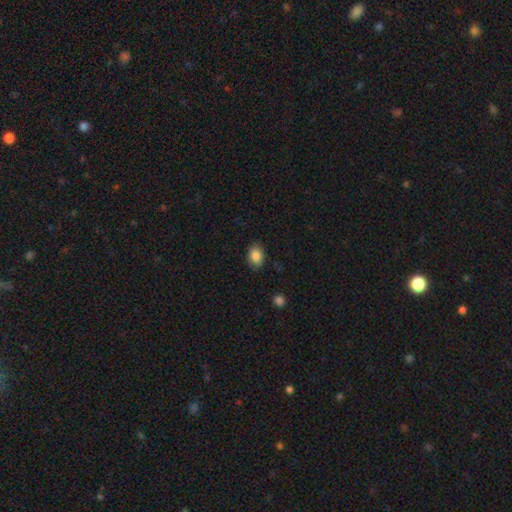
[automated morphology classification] This is clearly a smooth galaxy (86%). How rounded: likely in between (77%). Merging: clearly none (85%).